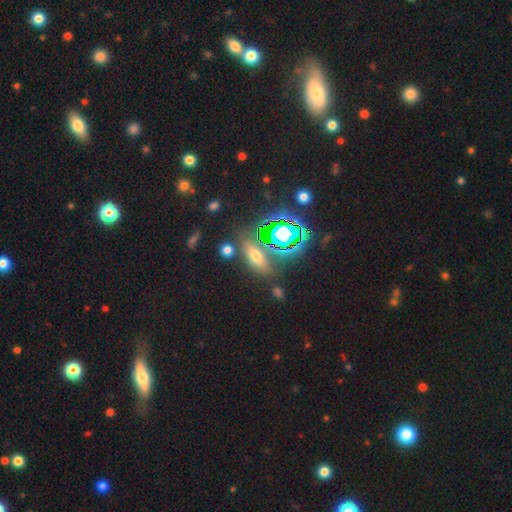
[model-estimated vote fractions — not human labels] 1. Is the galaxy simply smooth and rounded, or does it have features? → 49% smooth, 35% star or artifact, 16% featured or disk.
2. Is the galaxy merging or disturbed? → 77% none, 11% minor disturbance, 7% merger, 5% major disturbance.